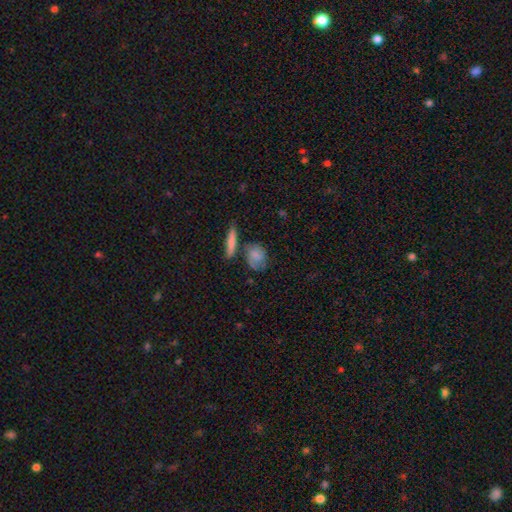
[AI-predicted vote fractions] The model was most divided on "how rounded": in between: 52%, round: 39%, cigar-shaped: 9%. More confident: smooth or featured — smooth (60%); merging — none (56%).